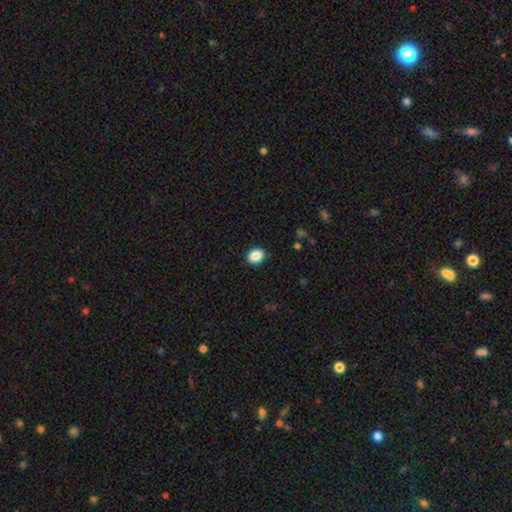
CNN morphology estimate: This is clearly a smooth galaxy (88%). How rounded: likely in between (62%). Merging: clearly none (89%).